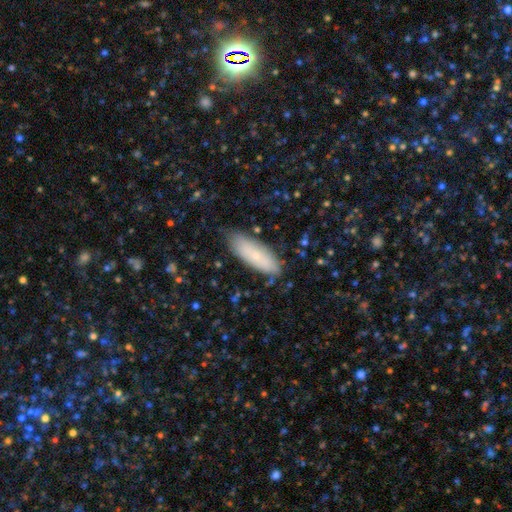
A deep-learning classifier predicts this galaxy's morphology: Smooth or featured?
  - smooth: 69% *
  - featured or disk: 22%
  - star or artifact: 9%
How rounded?
  - in between: 65% *
  - cigar-shaped: 33%
  - round: 2%
Merging?
  - none: 78% *
  - minor disturbance: 17%
  - major disturbance: 4%
  - merger: 2%